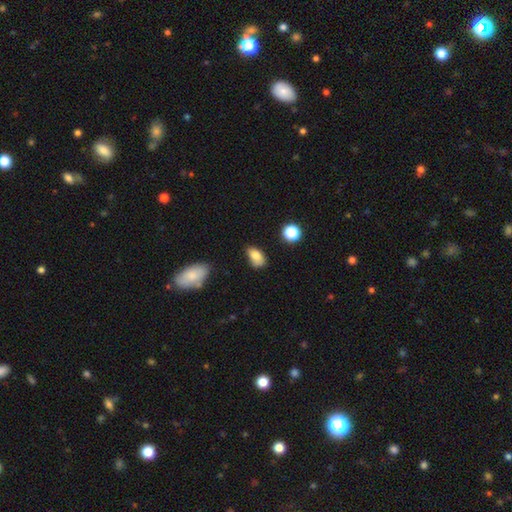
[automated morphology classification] smooth_or_featured: smooth (p=0.80) [alt: featured or disk p=0.11]
how_rounded: in between (p=0.89) [alt: round p=0.08]
merging: none (p=0.59) [alt: minor disturbance p=0.30]